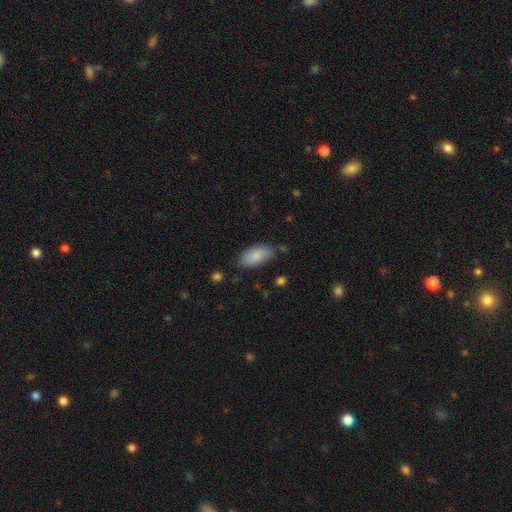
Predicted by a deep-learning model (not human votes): smooth_or_featured: smooth (p=0.86) [alt: featured or disk p=0.08]
how_rounded: in between (p=0.92) [alt: cigar-shaped p=0.06]
merging: none (p=0.75) [alt: minor disturbance p=0.18]